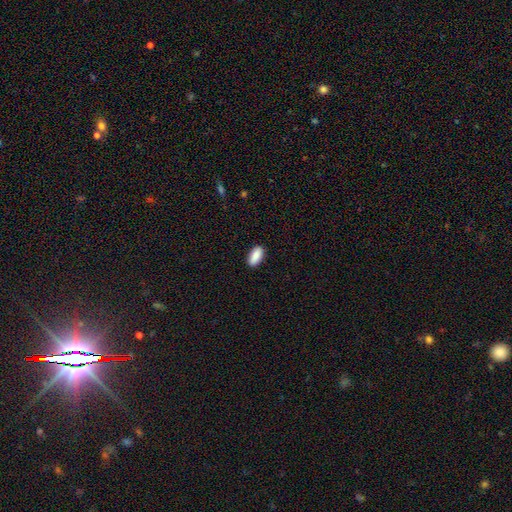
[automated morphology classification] Smooth or featured: smooth — 89% (star or artifact — 6%)
How rounded: in between — 90% (cigar-shaped — 8%)
Merging: none — 90% (minor disturbance — 7%)